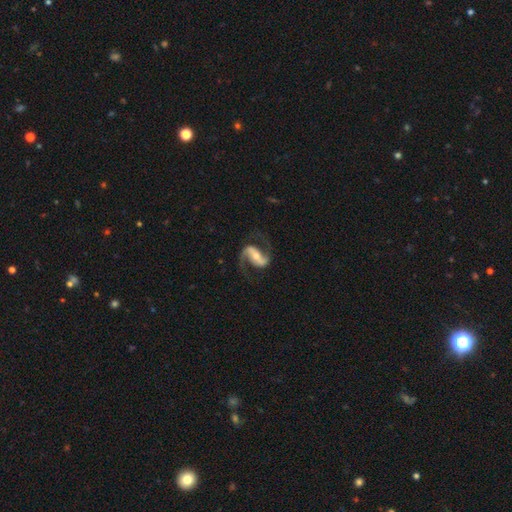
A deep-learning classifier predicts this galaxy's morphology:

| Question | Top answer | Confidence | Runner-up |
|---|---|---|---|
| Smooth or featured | featured or disk | 90% | smooth (6%) |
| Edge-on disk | no | 97% | yes (3%) |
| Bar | strong | 53% | weak (29%) |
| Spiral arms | yes | 97% | no (3%) |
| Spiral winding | medium | 48% | loose (41%) |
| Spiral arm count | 2 | 92% | 1 (3%) |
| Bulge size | moderate | 53% | small (39%) |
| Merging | none | 76% | minor disturbance (12%) |